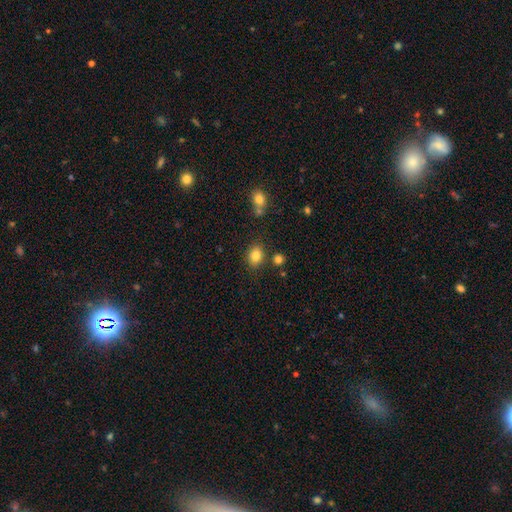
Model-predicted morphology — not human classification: Smooth or featured? Predicted: smooth (p=0.82). How rounded? Predicted: round (p=0.53). Merging? Predicted: none (p=0.81).